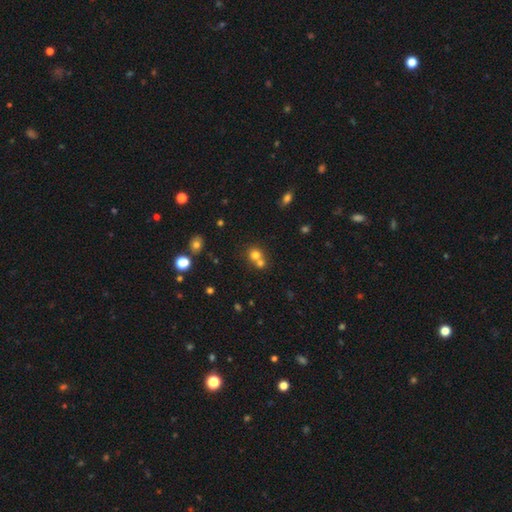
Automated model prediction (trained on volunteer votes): The model was most divided on "merging": merger: 48%, none: 43%, minor disturbance: 6%, major disturbance: 3%. More confident: how rounded — round (84%); smooth or featured — smooth (73%).